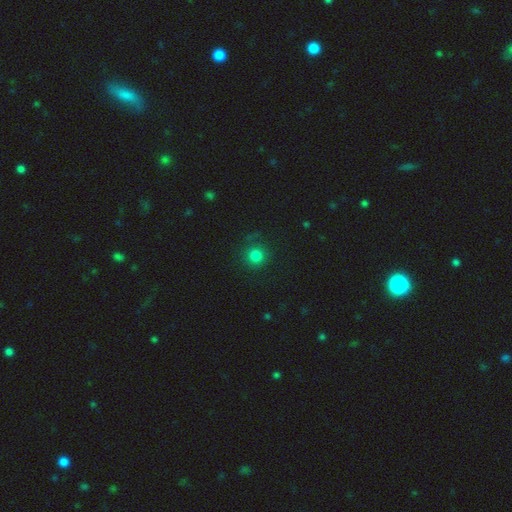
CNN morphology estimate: Overall: smooth (80%). How rounded: round (93%). Merging: none (82%).